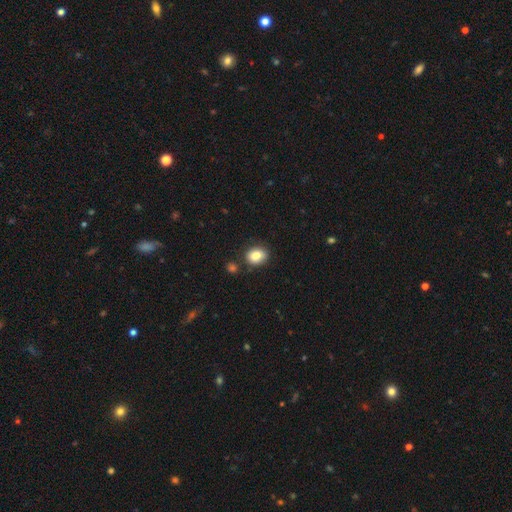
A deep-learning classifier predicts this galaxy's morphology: A smooth galaxy with no disk features (83%) that is in between round and cigar-shaped (55%). Merging: none (77%).